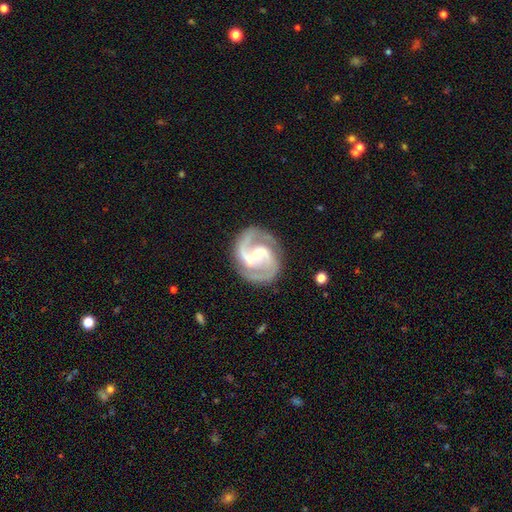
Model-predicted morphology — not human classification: Smooth or featured: featured or disk — 92% (star or artifact — 4%)
Edge-on disk: no — 98% (yes — 2%)
Bar: weak — 44% (no — 33%)
Spiral arms: yes — 98% (no — 2%)
Spiral winding: medium — 60% (tight — 30%)
Spiral arm count: 2 — 91% (3 — 4%)
Bulge size: small — 49% (moderate — 43%)
Merging: none — 80% (minor disturbance — 13%)